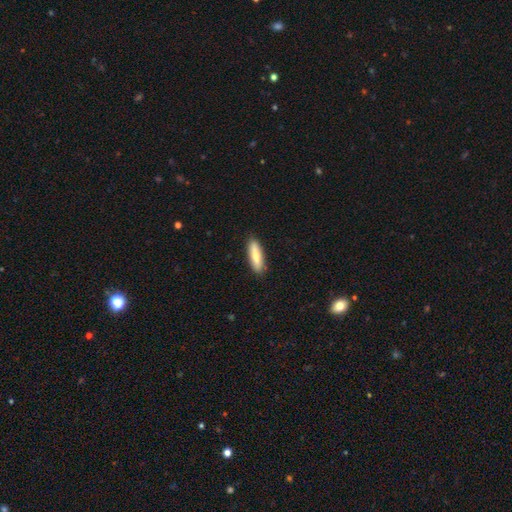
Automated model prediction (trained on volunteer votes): This appears to be a smooth galaxy with no disk features (73%) that is cigar-shaped (61%). Merging: none (89%).